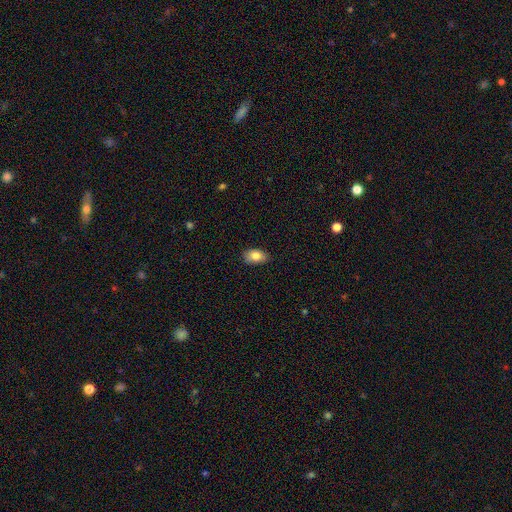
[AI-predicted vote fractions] smooth-or-featured: smooth: 83% | featured or disk: 9% | star or artifact: 8%
  how-rounded: in between: 89% | round: 9% | cigar-shaped: 2%
  merging: none: 80% | minor disturbance: 17% | major disturbance: 2% | merger: 1%